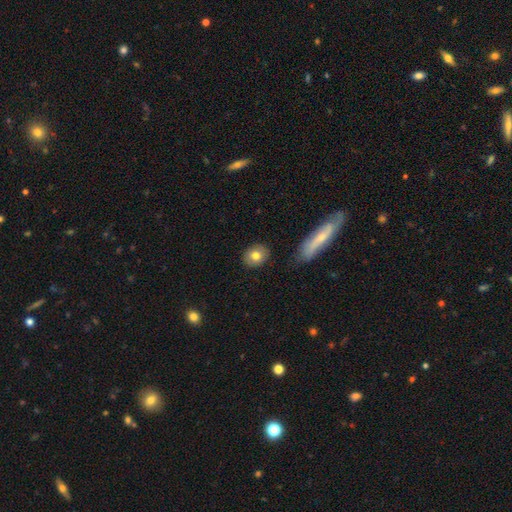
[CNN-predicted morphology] Q: Smooth or featured?
A: smooth (78%); runner-up: featured or disk (14%)
Q: How rounded?
A: round (64%); runner-up: in between (34%)
Q: Merging?
A: none (86%); runner-up: minor disturbance (9%)